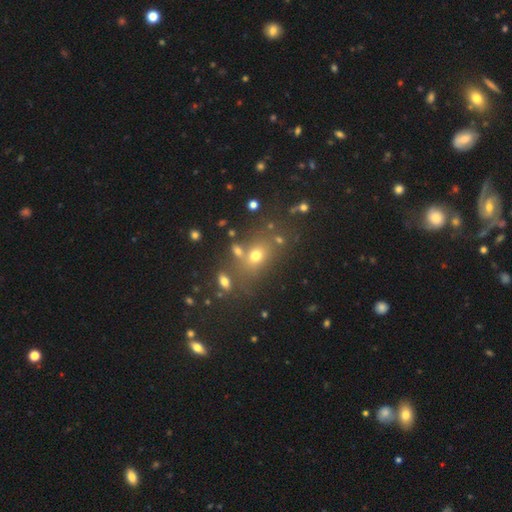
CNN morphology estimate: smooth_or_featured: smooth (p=0.65) [alt: star or artifact p=0.20]
how_rounded: in between (p=0.57) [alt: round p=0.41]
merging: none (p=0.61) [alt: merger p=0.19]